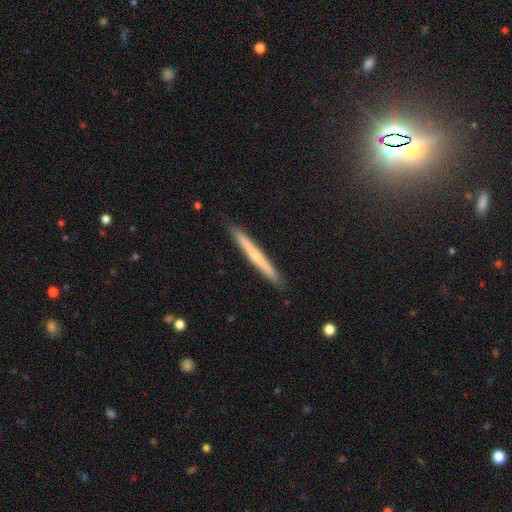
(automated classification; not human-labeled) Smooth or featured?
  - featured or disk: 49% *
  - smooth: 44%
  - star or artifact: 6%
Merging?
  - none: 91% *
  - minor disturbance: 7%
  - major disturbance: 1%
  - merger: 1%